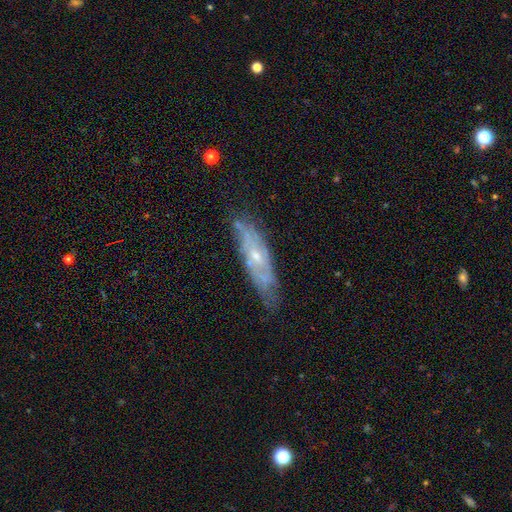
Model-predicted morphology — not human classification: smooth-or-featured: featured or disk: 70% | smooth: 22% | star or artifact: 7%
  disk-edge-on: no: 67% | yes: 33%
  merging: none: 68% | minor disturbance: 23% | major disturbance: 6% | merger: 3%